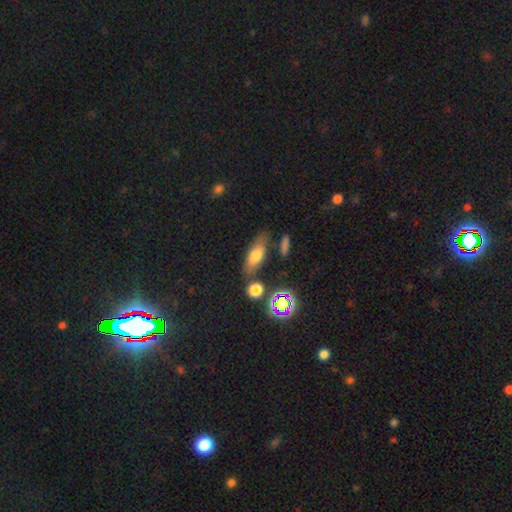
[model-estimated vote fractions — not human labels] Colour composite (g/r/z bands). It shows a smooth galaxy with no disk features (65%) that is in between round and cigar-shaped (68%). Merging: none (74%).